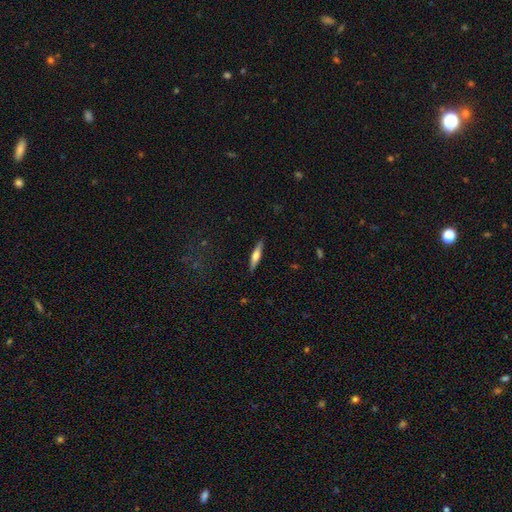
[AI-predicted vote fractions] Morphology: type=smooth (54%); roundness=cigar-shaped (81%); merging=none (88%).